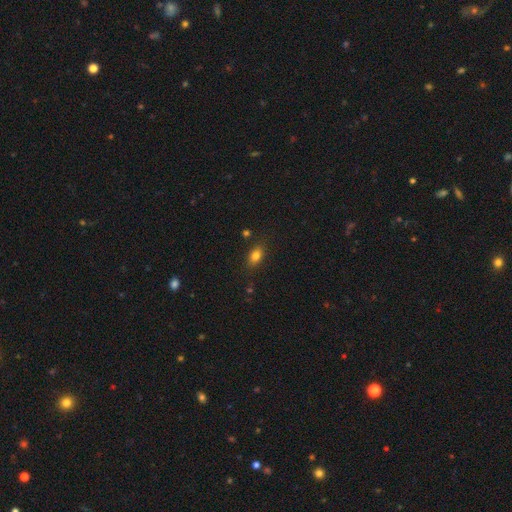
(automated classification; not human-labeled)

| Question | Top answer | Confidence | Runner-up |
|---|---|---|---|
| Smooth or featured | smooth | 80% | star or artifact (11%) |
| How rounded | in between | 81% | round (15%) |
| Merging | none | 83% | minor disturbance (12%) |